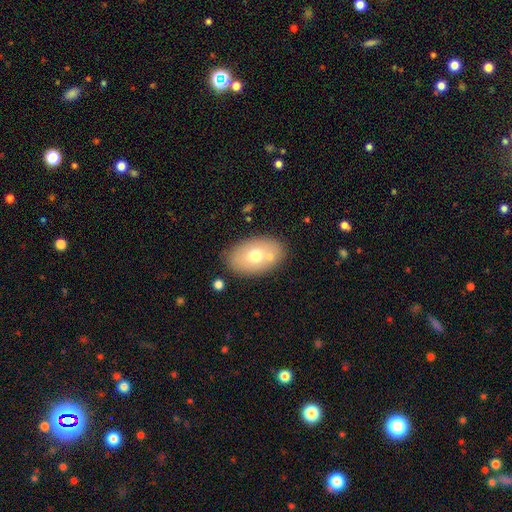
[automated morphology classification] Overall: smooth (65%; featured or disk 27%). How rounded: in between (89%). Merging: none (75%).